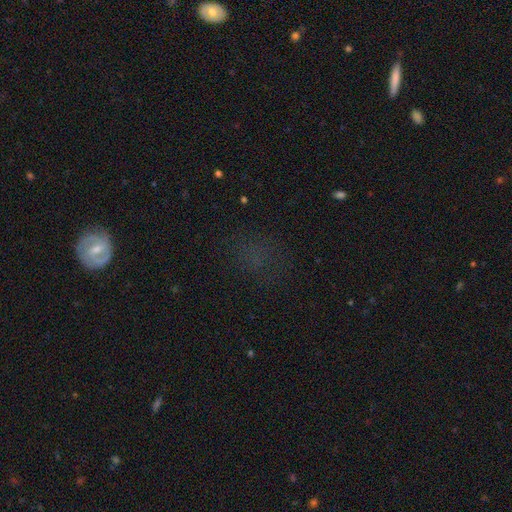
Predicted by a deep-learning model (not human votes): star or artifact 41% (tied), smooth 41% (tied), featured or disk 18%.